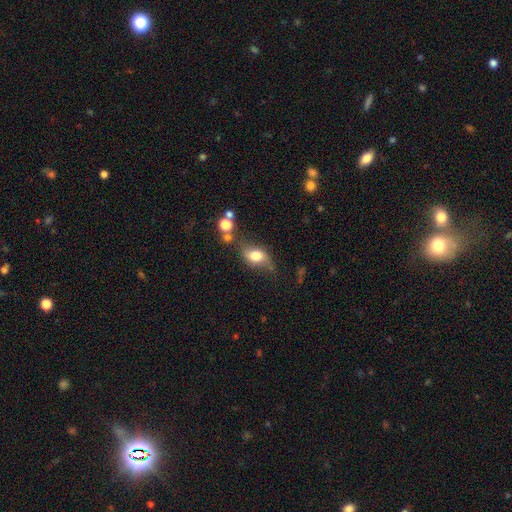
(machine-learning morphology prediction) smooth 65%, featured or disk 25%, star or artifact 10%. Down the decision tree: how rounded — in between (77%); merging — none (55%).